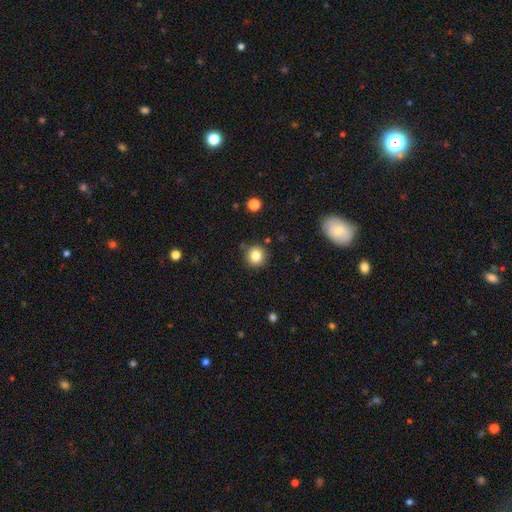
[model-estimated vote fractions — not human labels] Q: Smooth or featured?
A: smooth (82%); runner-up: star or artifact (11%)
Q: How rounded?
A: round (94%); runner-up: in between (5%)
Q: Merging?
A: none (87%); runner-up: minor disturbance (8%)